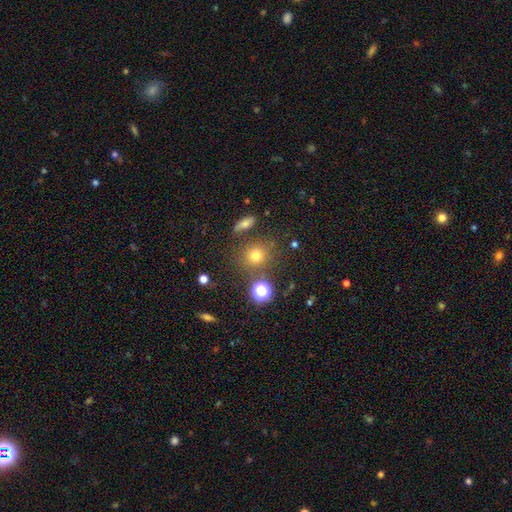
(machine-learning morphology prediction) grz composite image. It shows a smooth galaxy with no disk features (70%) that is round (84%). Merging: none (77%).